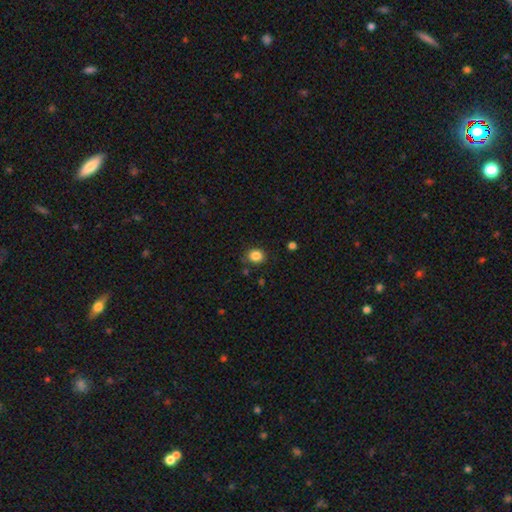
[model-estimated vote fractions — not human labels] Overall: smooth (86%). How rounded: round (66%; in between 33%). Merging: none (84%).